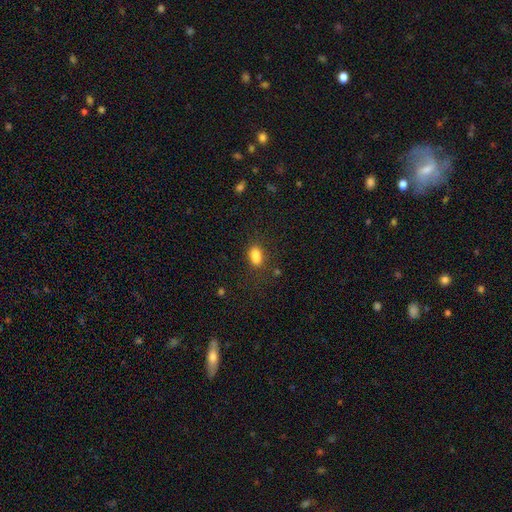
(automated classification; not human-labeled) A smooth galaxy with no disk features (83%) that is in between round and cigar-shaped (84%).

Vote fractions:
- Smooth or featured? smooth: 83% / star or artifact: 11% / featured or disk: 6%
- How rounded? in between: 84% / round: 12% / cigar-shaped: 5%
- Merging? none: 69% / minor disturbance: 19% / major disturbance: 7% / merger: 5%